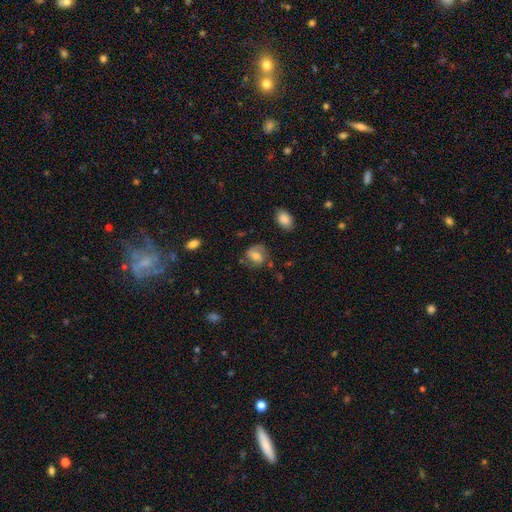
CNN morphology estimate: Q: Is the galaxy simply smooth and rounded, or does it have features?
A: smooth — 54%.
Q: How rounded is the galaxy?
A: round — 52%.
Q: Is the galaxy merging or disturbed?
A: none — 63%.